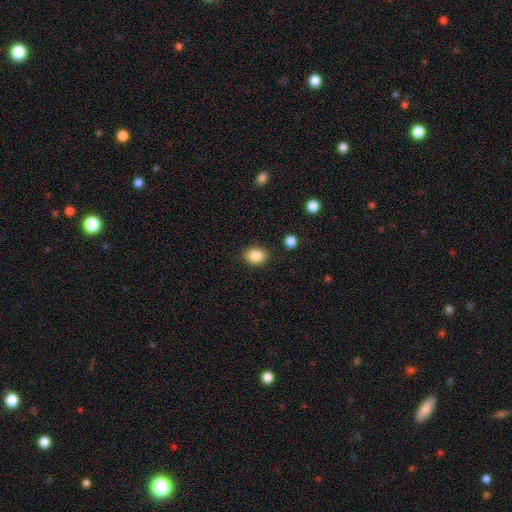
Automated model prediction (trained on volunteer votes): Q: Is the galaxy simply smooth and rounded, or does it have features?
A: smooth — 87%.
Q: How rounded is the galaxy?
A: in between — 54%.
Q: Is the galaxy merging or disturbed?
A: none — 86%.